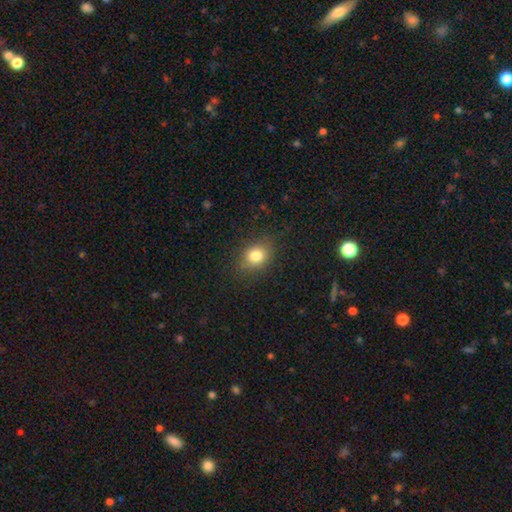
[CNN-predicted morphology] Smooth or featured: smooth — 80% (star or artifact — 12%)
How rounded: in between — 50% (round — 49%)
Merging: none — 83% (minor disturbance — 12%)